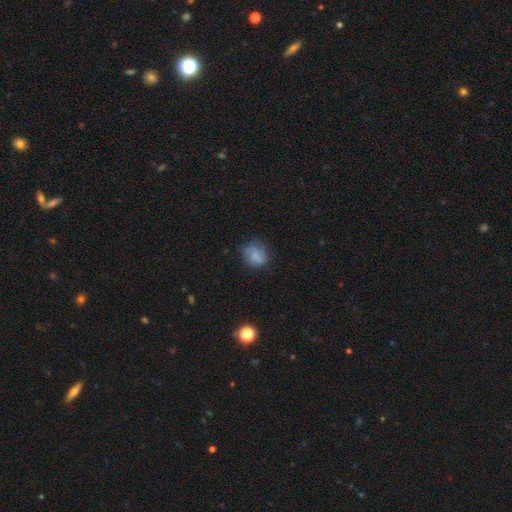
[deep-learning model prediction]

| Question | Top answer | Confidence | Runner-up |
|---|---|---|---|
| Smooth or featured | smooth | 70% | featured or disk (20%) |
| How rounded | round | 60% | in between (39%) |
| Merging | none | 63% | minor disturbance (26%) |